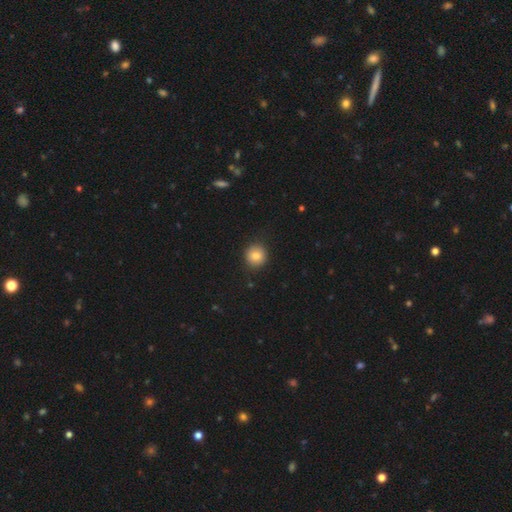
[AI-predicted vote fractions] Smooth or featured?
  - smooth: 83% *
  - star or artifact: 10%
  - featured or disk: 7%
How rounded?
  - round: 88% *
  - in between: 11%
  - cigar-shaped: 1%
Merging?
  - none: 89% *
  - minor disturbance: 8%
  - major disturbance: 2%
  - merger: 1%